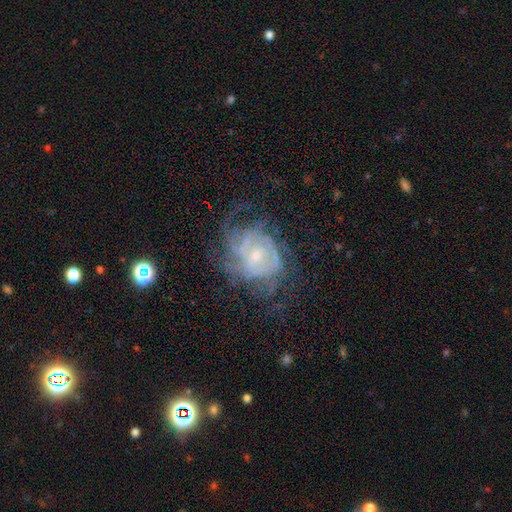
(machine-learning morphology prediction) smooth_or_featured: featured or disk (p=0.82) [alt: smooth p=0.10]
disk_edge_on: no (p=0.97) [alt: yes p=0.03]
bar: no (p=0.64) [alt: weak p=0.30]
has_spiral_arms: yes (p=0.91) [alt: no p=0.09]
spiral_winding: tight (p=0.59) [alt: medium p=0.31]
spiral_arm_count: can't tell (p=0.45) [alt: 3 p=0.14]
bulge_size: small (p=0.70) [alt: moderate p=0.25]
merging: none (p=0.56) [alt: major disturbance p=0.21]